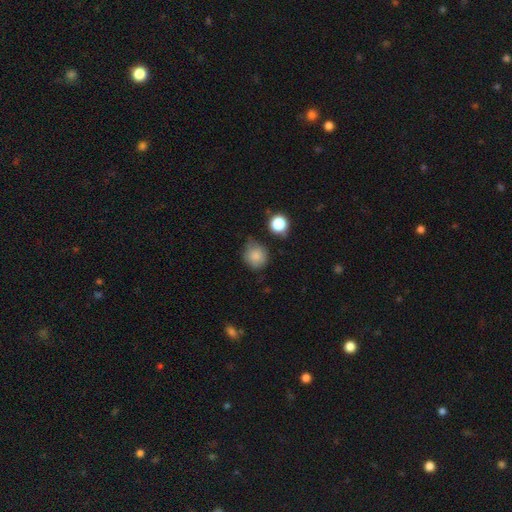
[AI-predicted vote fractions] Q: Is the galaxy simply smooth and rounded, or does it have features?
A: smooth — 83%.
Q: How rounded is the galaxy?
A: round — 80%.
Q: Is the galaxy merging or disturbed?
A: none — 59%.